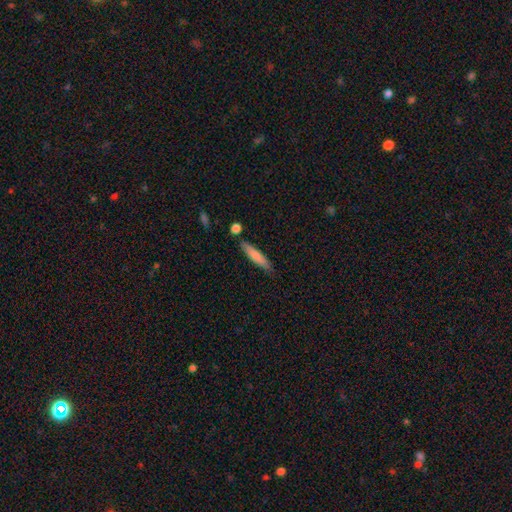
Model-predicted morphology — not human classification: The model was most divided on "smooth or featured": smooth: 75%, featured or disk: 20%, star or artifact: 6%. More confident: how rounded — cigar-shaped (88%); merging — none (79%).